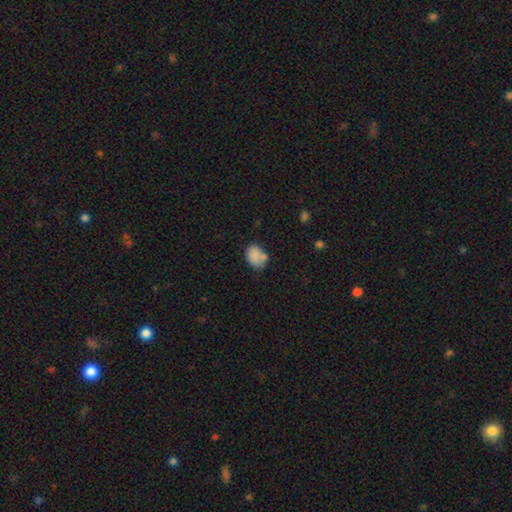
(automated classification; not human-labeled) A smooth galaxy with no disk features (83%) that is in between round and cigar-shaped (66%). Merging: none (56%).